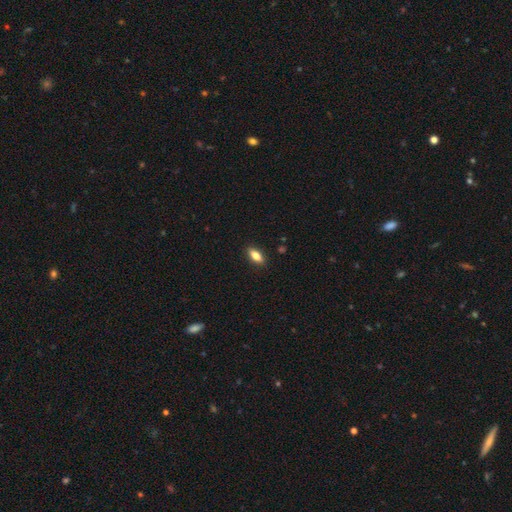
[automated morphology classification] This is likely a smooth galaxy (75%). How rounded: likely in between (78%). Merging: clearly none (89%).